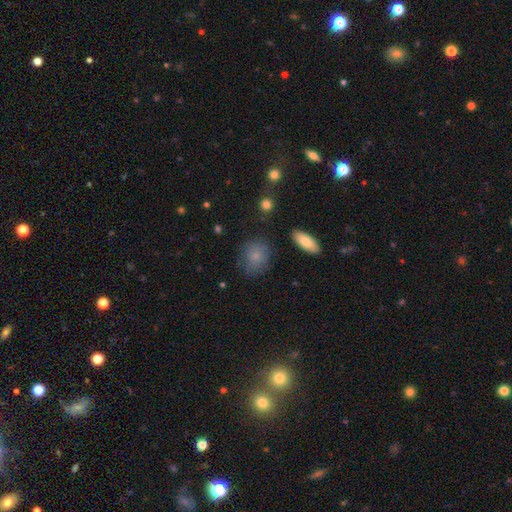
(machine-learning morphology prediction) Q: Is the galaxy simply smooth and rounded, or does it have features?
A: smooth — 78%.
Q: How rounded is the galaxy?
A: round — 54%.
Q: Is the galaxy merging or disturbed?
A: none — 73%.